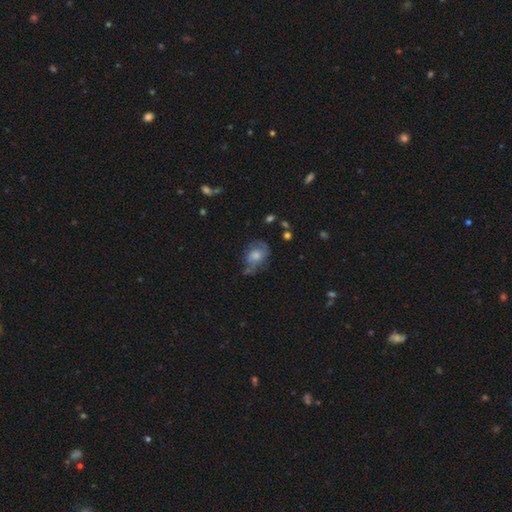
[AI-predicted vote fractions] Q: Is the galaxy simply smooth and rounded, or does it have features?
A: smooth — 50%.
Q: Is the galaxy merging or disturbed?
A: none — 46%.